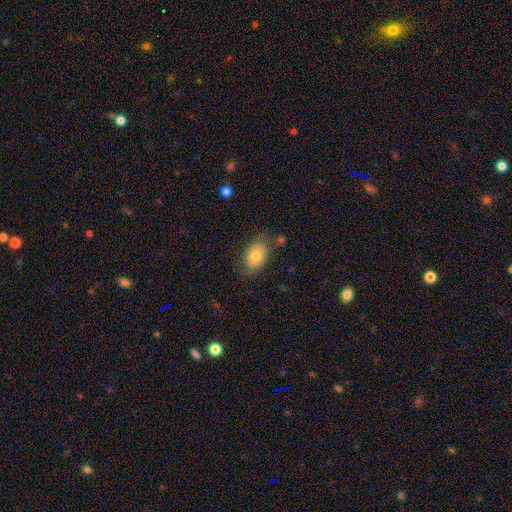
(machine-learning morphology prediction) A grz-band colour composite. It shows a smooth galaxy with no disk features (75%) that is in between round and cigar-shaped (84%). Merging: none (70%).